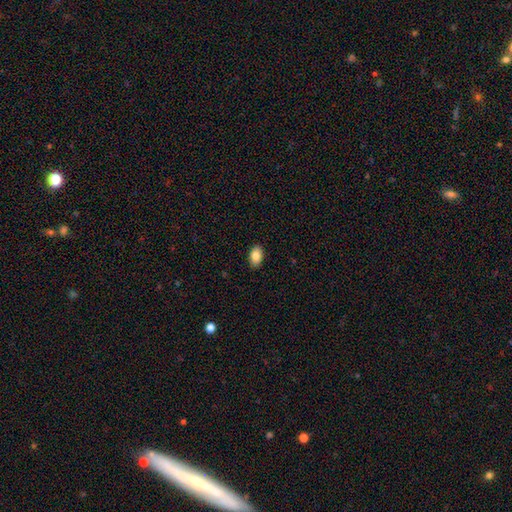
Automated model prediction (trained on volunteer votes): A smooth galaxy with no disk features (85%) that is in between round and cigar-shaped (91%).

Vote fractions:
- Smooth or featured? smooth: 85% / featured or disk: 8% / star or artifact: 7%
- How rounded? in between: 91% / round: 7% / cigar-shaped: 1%
- Merging? none: 90% / minor disturbance: 8% / major disturbance: 2% / merger: 1%